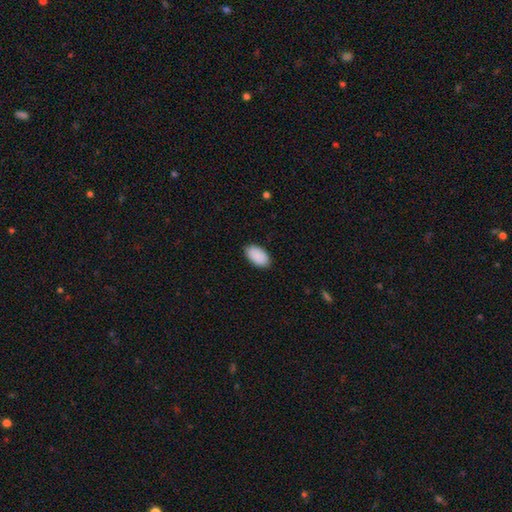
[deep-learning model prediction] Smooth or featured?
  - smooth: 91% *
  - star or artifact: 6%
  - featured or disk: 3%
How rounded?
  - in between: 96% *
  - round: 3%
  - cigar-shaped: 1%
Merging?
  - none: 88% *
  - minor disturbance: 9%
  - major disturbance: 2%
  - merger: 1%